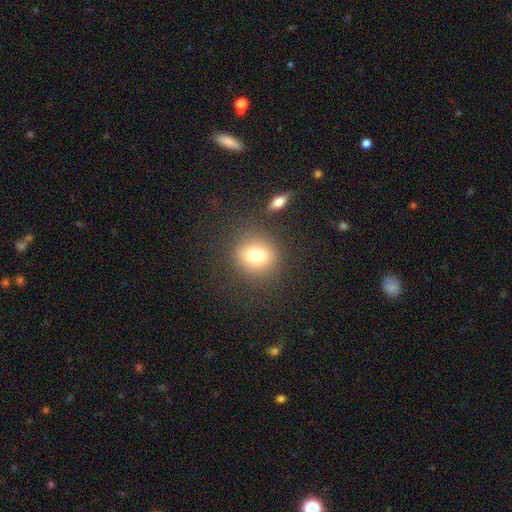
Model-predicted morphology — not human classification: Smooth or featured? Predicted: smooth (p=0.77). How rounded? Predicted: round (p=0.69). Merging? Predicted: none (p=0.81).